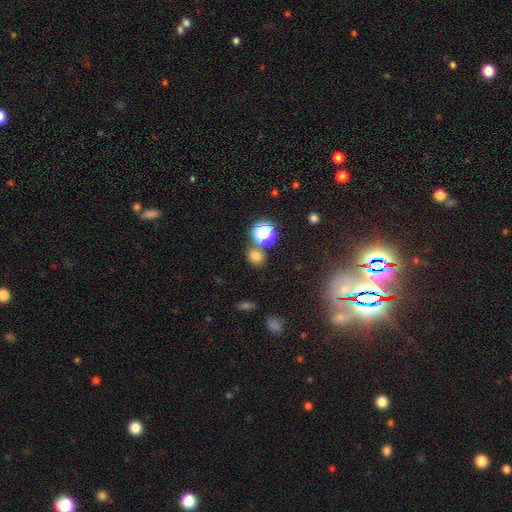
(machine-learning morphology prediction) smooth 73%, star or artifact 21%, featured or disk 6%. Down the decision tree: how rounded — round (67%); merging — none (72%).